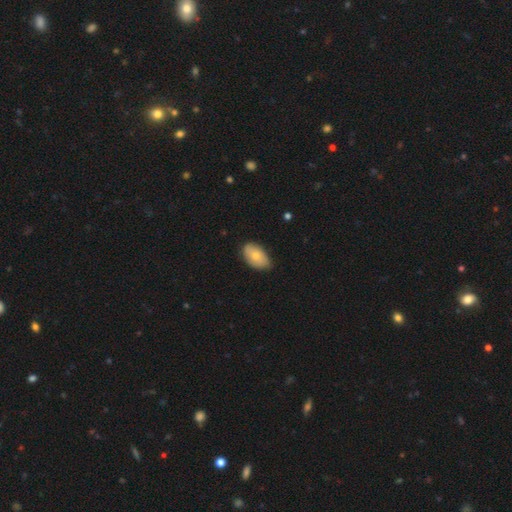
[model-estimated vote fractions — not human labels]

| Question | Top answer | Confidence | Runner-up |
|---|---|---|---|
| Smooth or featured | smooth | 74% | featured or disk (20%) |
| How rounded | in between | 92% | round (6%) |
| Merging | none | 74% | minor disturbance (22%) |